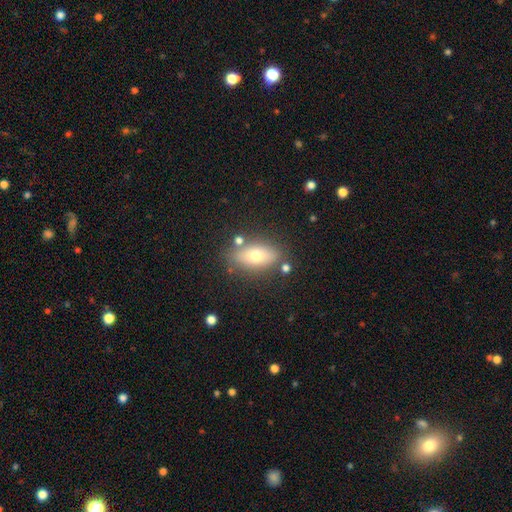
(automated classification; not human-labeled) This is likely a smooth galaxy (67%). How rounded: clearly in between (83%). Merging: likely none (79%).